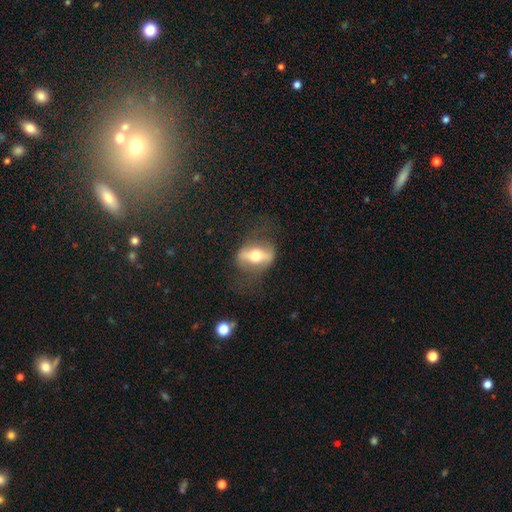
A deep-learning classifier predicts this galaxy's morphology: smooth-or-featured: featured or disk: 61% | smooth: 32% | star or artifact: 7%
  disk-edge-on: no: 59% | yes: 41%
  merging: none: 69% | minor disturbance: 17% | major disturbance: 13% | merger: 2%